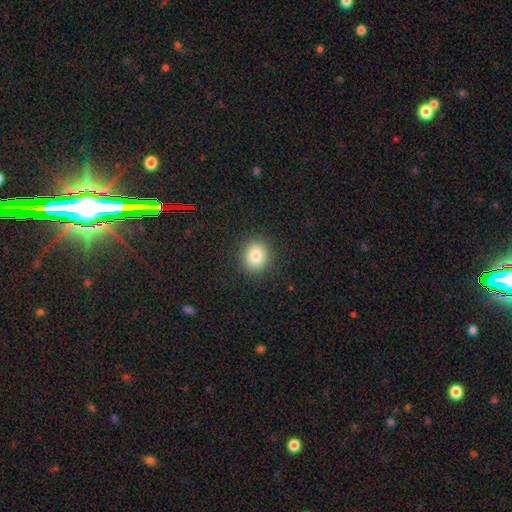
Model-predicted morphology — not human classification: A smooth galaxy with no disk features (82%) that is round (68%).

Vote fractions:
- Smooth or featured? smooth: 82% / star or artifact: 10% / featured or disk: 8%
- How rounded? round: 68% / in between: 32% / cigar-shaped: 1%
- Merging? none: 89% / minor disturbance: 7% / major disturbance: 3% / merger: 1%